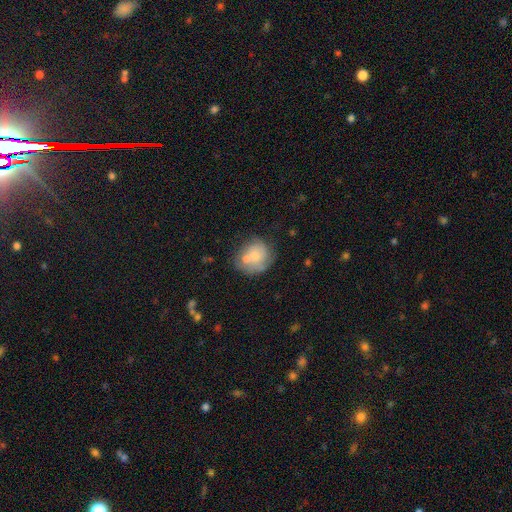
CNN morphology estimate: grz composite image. It shows a smooth galaxy with no disk features (60%) that is round (76%). Merging: none (40%).